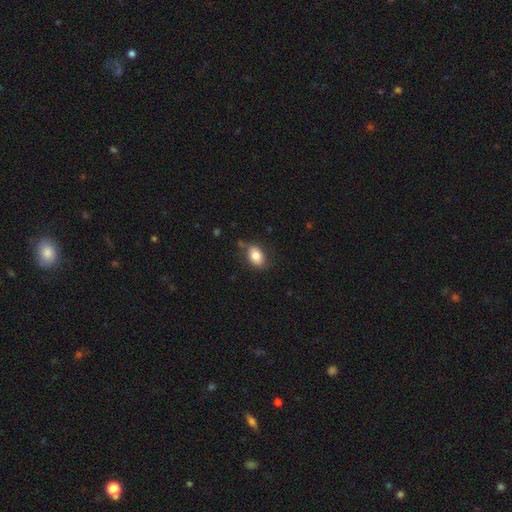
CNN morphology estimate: A smooth galaxy with no disk features (82%) that is in between round and cigar-shaped (81%).

Vote fractions:
- Smooth or featured? smooth: 82% / featured or disk: 10% / star or artifact: 8%
- How rounded? in between: 81% / round: 18% / cigar-shaped: 1%
- Merging? none: 71% / minor disturbance: 21% / major disturbance: 5% / merger: 3%